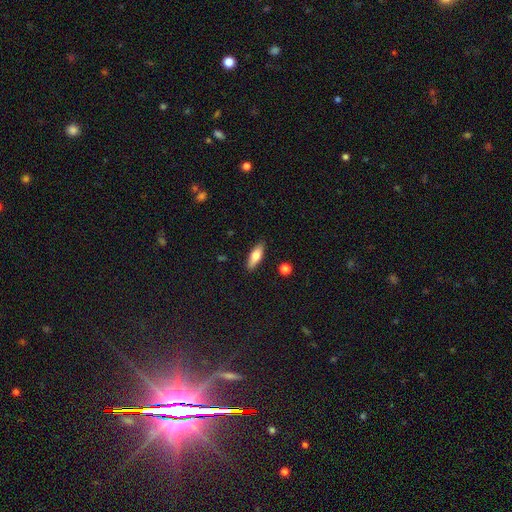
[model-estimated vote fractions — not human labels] Smooth or featured?
  - smooth: 67% *
  - featured or disk: 27%
  - star or artifact: 6%
How rounded?
  - in between: 57% *
  - cigar-shaped: 41%
  - round: 3%
Merging?
  - none: 88% *
  - minor disturbance: 9%
  - major disturbance: 2%
  - merger: 2%